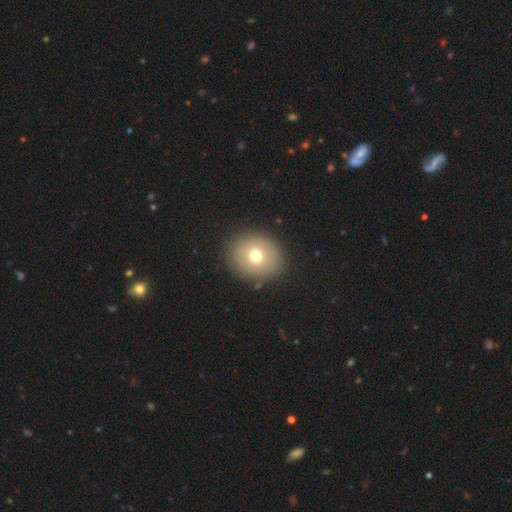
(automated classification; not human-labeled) smooth_or_featured: smooth (p=0.71) [alt: featured or disk p=0.17]
how_rounded: round (p=0.75) [alt: in between p=0.24]
merging: none (p=0.88) [alt: minor disturbance p=0.07]